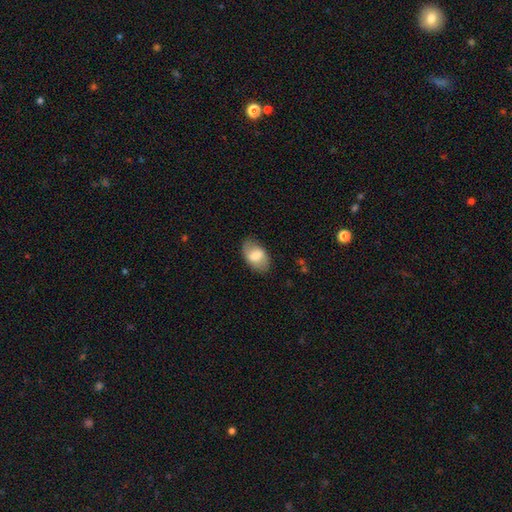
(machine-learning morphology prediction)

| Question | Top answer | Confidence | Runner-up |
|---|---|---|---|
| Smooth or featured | smooth | 61% | featured or disk (32%) |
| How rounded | in between | 91% | round (7%) |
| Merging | none | 80% | minor disturbance (15%) |